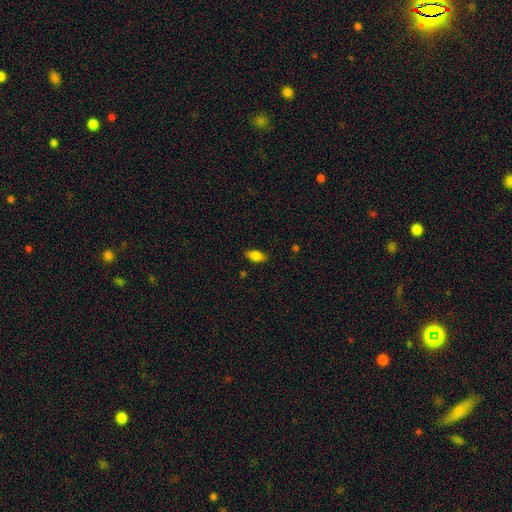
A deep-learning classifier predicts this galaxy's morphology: type=smooth (81%); roundness=in between (87%); merging=none (84%).